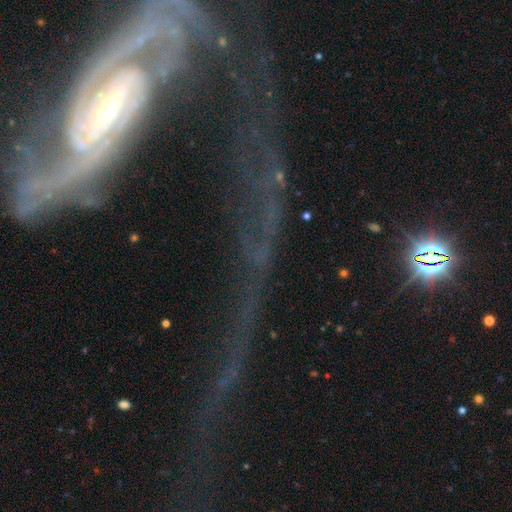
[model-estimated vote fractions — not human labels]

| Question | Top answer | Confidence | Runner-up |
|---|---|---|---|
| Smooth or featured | star or artifact | 63% | featured or disk (23%) |